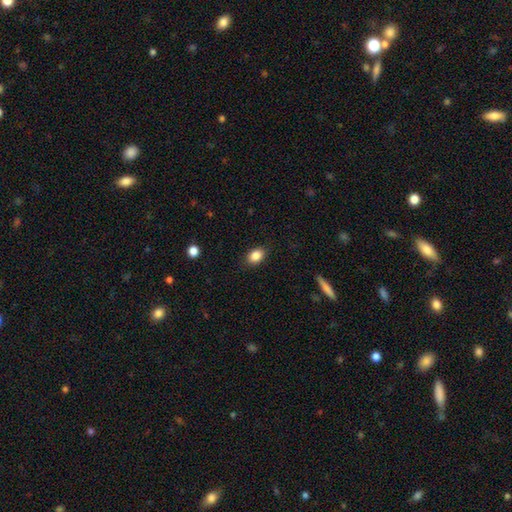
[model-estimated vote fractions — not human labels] Smooth or featured: smooth — 86% (star or artifact — 9%)
How rounded: in between — 78% (round — 21%)
Merging: none — 87% (minor disturbance — 9%)